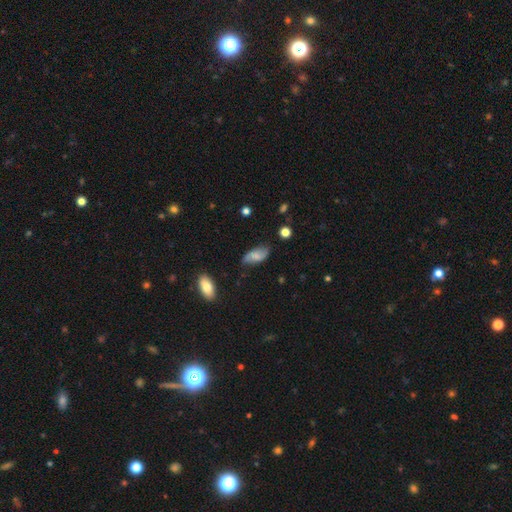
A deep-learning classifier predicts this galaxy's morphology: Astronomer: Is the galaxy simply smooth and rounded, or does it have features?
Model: smooth — 57% (runner-up: featured or disk, 35%).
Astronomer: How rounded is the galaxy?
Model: in between — 89%.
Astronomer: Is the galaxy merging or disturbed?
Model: none — 72%.